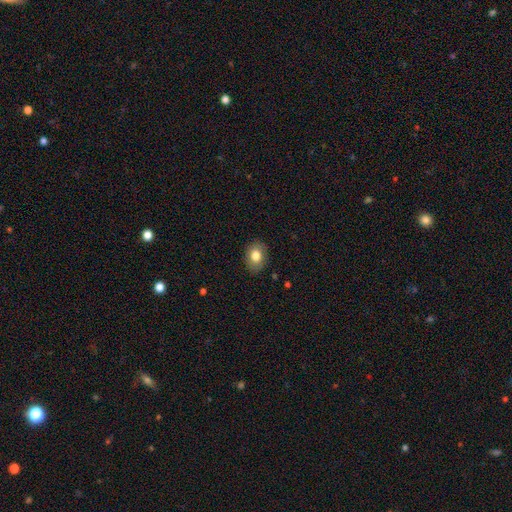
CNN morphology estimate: Smooth or featured? Predicted: smooth (p=0.80). How rounded? Predicted: in between (p=0.68). Merging? Predicted: none (p=0.87).